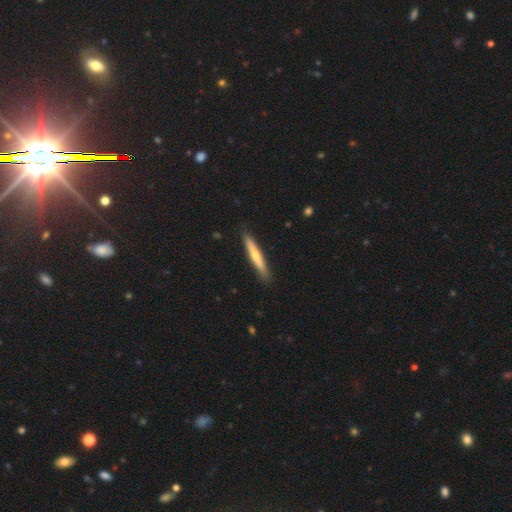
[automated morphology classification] This appears to be a smooth galaxy with no disk features (57%) that is cigar-shaped (94%). Merging: none (89%).